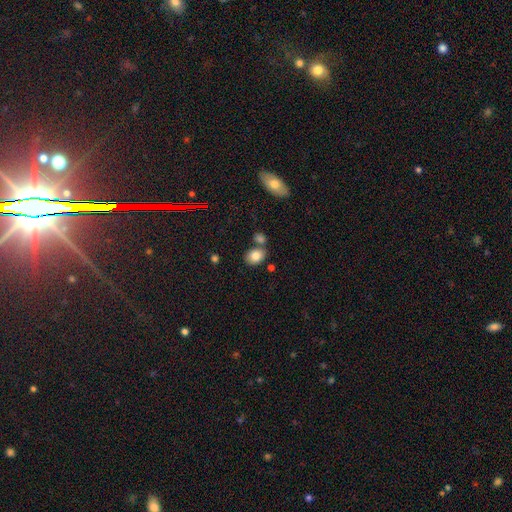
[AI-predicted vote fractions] A smooth galaxy with no disk features (82%) that is in between round and cigar-shaped (68%).

Vote fractions:
- Smooth or featured? smooth: 82% / star or artifact: 9% / featured or disk: 9%
- How rounded? in between: 68% / round: 31% / cigar-shaped: 1%
- Merging? none: 64% / merger: 20% / minor disturbance: 12% / major disturbance: 3%